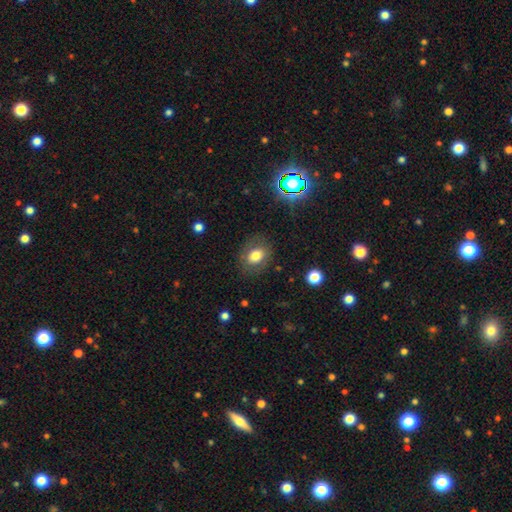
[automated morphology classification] smooth_or_featured: smooth (p=0.72) [alt: featured or disk p=0.17]
how_rounded: in between (p=0.55) [alt: round p=0.44]
merging: none (p=0.80) [alt: minor disturbance p=0.13]